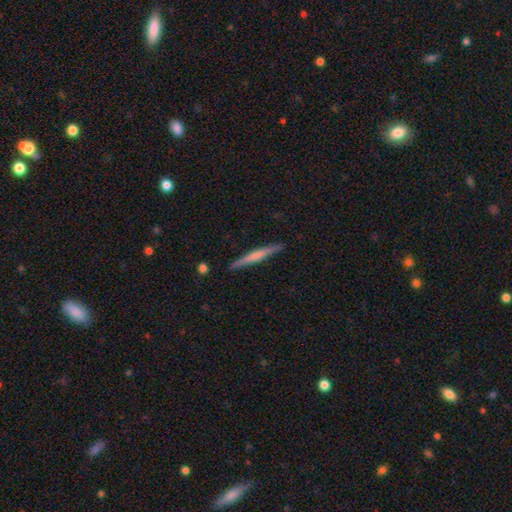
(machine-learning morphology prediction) This appears to be a featured or disk galaxy (50%) viewed edge-on (97%). Merging: none (90%).